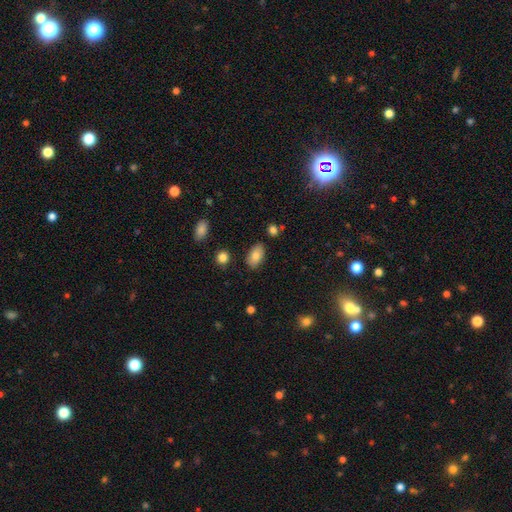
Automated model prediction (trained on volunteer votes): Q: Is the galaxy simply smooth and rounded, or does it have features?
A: smooth — 81%.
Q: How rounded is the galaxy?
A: in between — 93%.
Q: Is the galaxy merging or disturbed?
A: none — 83%.